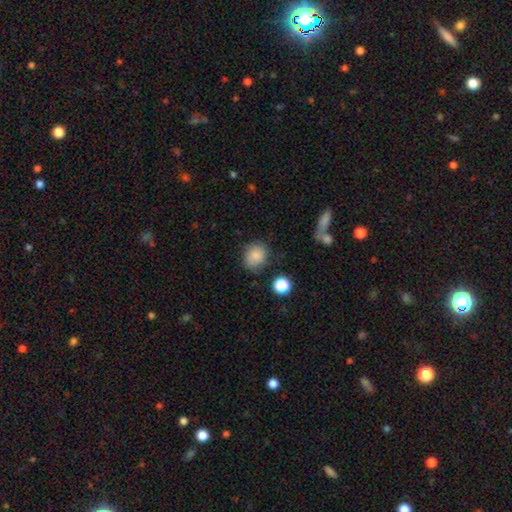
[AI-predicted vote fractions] smooth 83%, star or artifact 10%, featured or disk 7%. Down the decision tree: how rounded — round (68%); merging — none (72%).